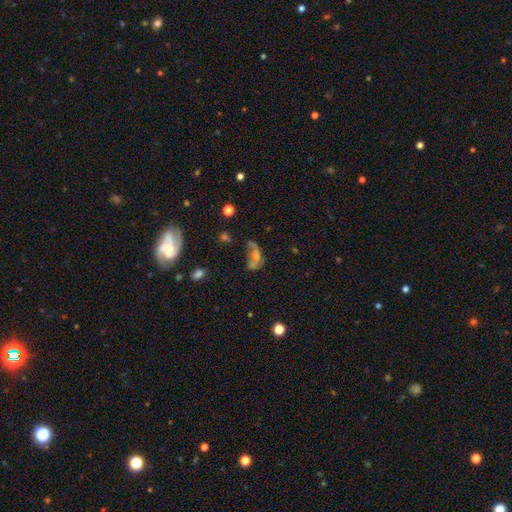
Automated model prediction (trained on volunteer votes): Smooth or featured? featured or disk (48%)
Merging? none (33%)